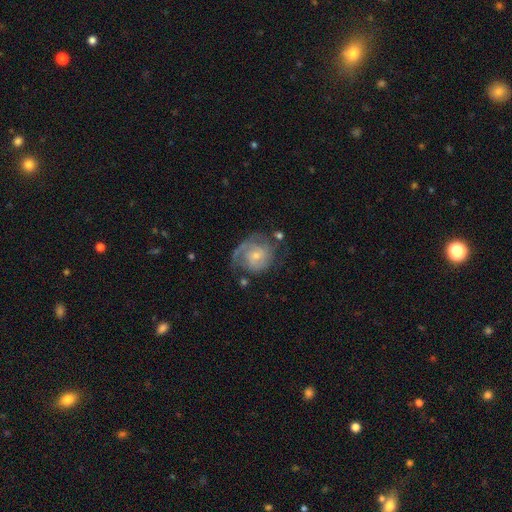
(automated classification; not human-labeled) smooth-or-featured: featured or disk: 76% | smooth: 18% | star or artifact: 6%
  disk-edge-on: no: 98% | yes: 2%
    bar: no: 63% | weak: 32% | strong: 5%
    has-spiral-arms: yes: 91% | no: 9%
      spiral-winding: tight: 44% | medium: 39% | loose: 17%
      spiral-arm-count: 2: 41% | can't tell: 22% | 1: 21% | 3: 11% | 4: 3% | more than 4: 3%
    bulge-size: small: 63% | moderate: 31% | none: 3% | large: 2% | dominant: 1%
  merging: none: 53% | minor disturbance: 23% | major disturbance: 19% | merger: 4%